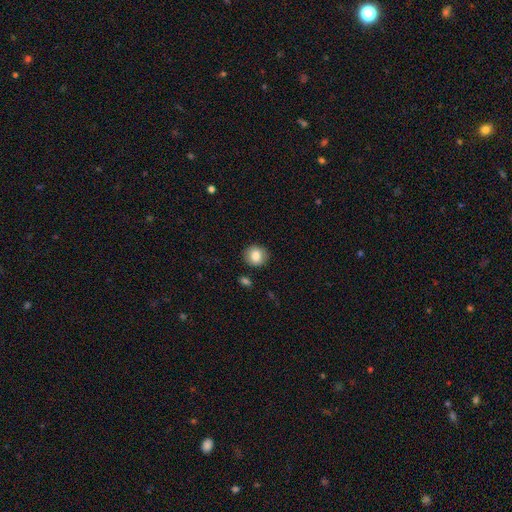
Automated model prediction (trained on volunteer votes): Smooth or featured? smooth (85%)
How rounded? round (85%)
Merging? none (88%)